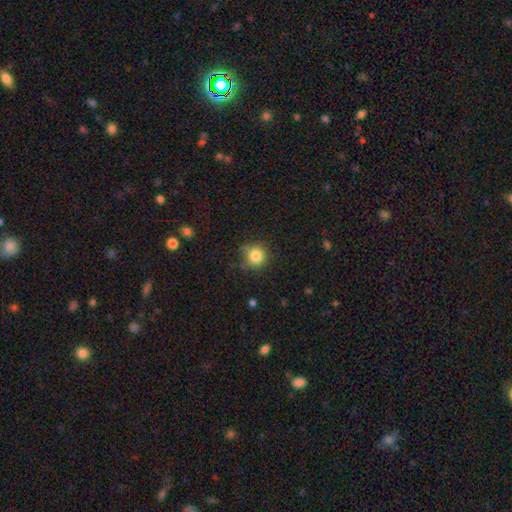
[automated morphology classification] type=smooth (82%); roundness=round (90%); merging=none (75%).